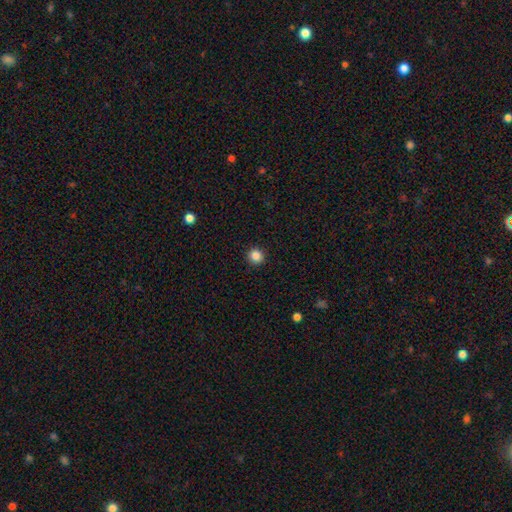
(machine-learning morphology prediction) The model was most divided on "smooth or featured": smooth: 85%, star or artifact: 11%, featured or disk: 4%. More confident: how rounded — round (94%); merging — none (93%).